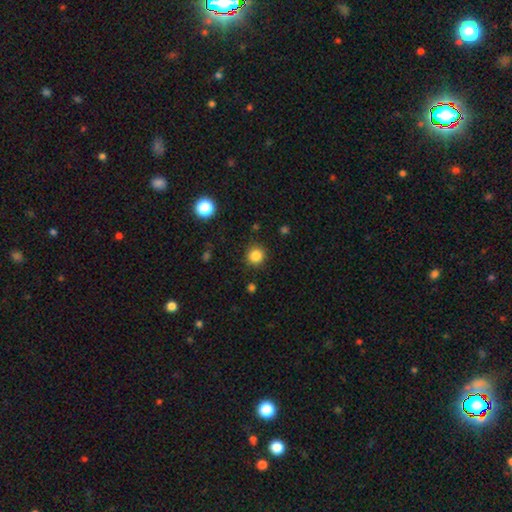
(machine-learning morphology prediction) This is clearly a smooth galaxy (84%). How rounded: clearly round (92%). Merging: clearly none (88%).